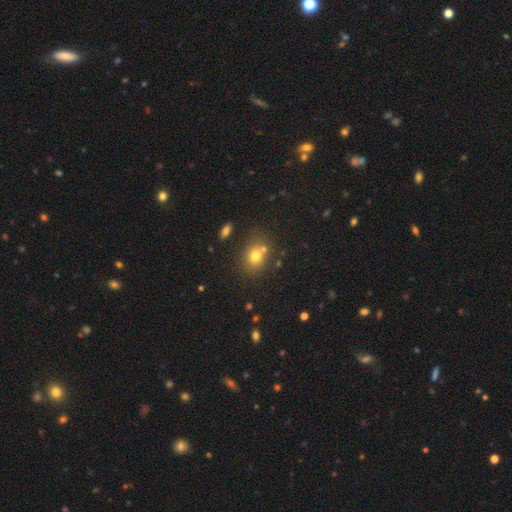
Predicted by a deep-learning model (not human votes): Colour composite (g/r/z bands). It shows a smooth galaxy with no disk features (72%) that is round (58%). Merging: none (65%).